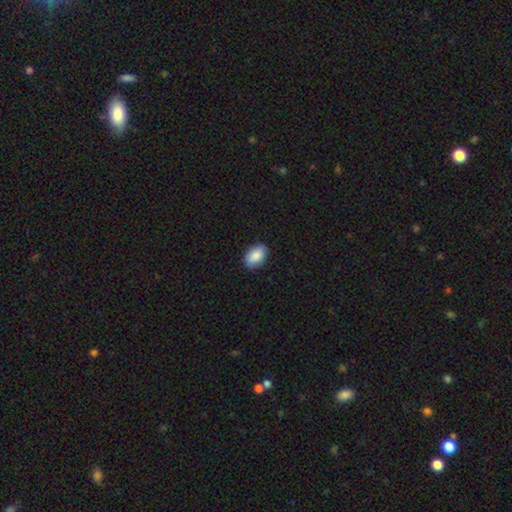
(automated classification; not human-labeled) smooth_or_featured: smooth (p=0.87) [alt: featured or disk p=0.07]
how_rounded: in between (p=0.90) [alt: round p=0.09]
merging: none (p=0.87) [alt: minor disturbance p=0.10]